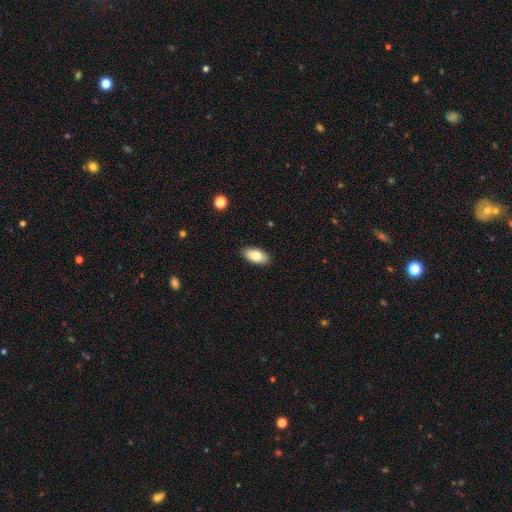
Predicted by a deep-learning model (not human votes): This appears to be a smooth galaxy with no disk features (80%) that is in between round and cigar-shaped (93%). Merging: none (89%).